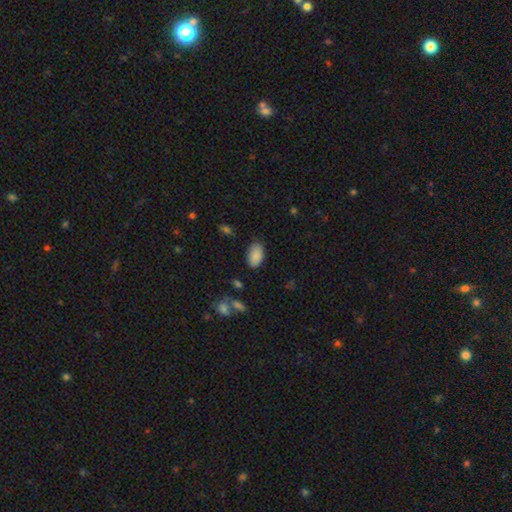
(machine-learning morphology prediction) The model was most divided on "merging": none: 81%, minor disturbance: 14%, major disturbance: 3%, merger: 2%. More confident: how rounded — in between (93%); smooth or featured — smooth (88%).